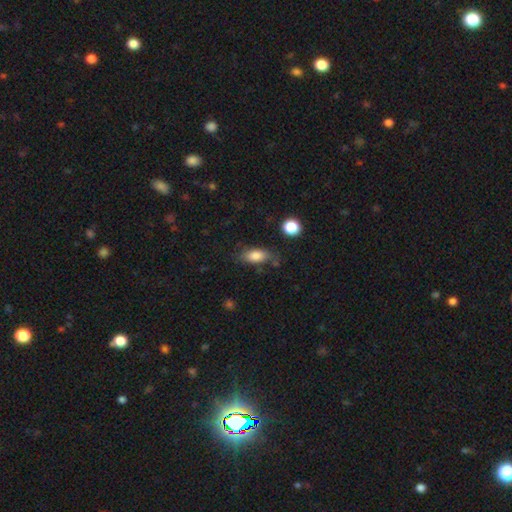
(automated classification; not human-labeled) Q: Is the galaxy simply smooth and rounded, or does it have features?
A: smooth — 82%.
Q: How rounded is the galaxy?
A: in between — 83%.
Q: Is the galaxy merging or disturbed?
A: none — 67%.